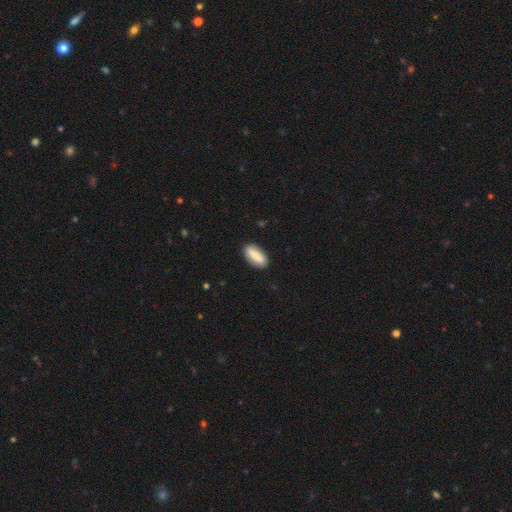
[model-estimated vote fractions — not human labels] Smooth or featured?
  - smooth: 74% *
  - featured or disk: 20%
  - star or artifact: 6%
How rounded?
  - in between: 79% *
  - cigar-shaped: 18%
  - round: 3%
Merging?
  - none: 88% *
  - minor disturbance: 9%
  - major disturbance: 2%
  - merger: 1%